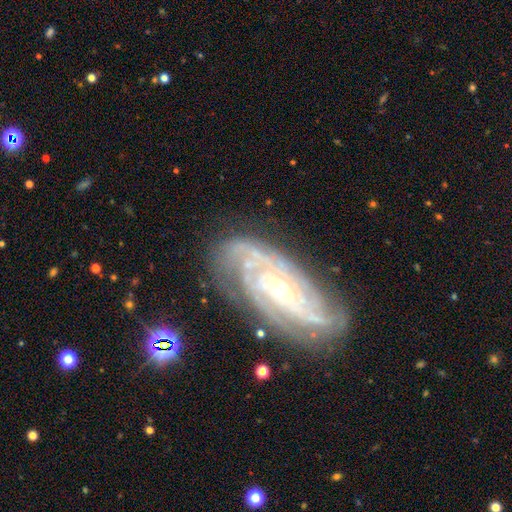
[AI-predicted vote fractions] Smooth or featured?
  - featured or disk: 85% *
  - smooth: 8%
  - star or artifact: 7%
Edge-on disk?
  - no: 93% *
  - yes: 7%
Bar?
  - no: 59% *
  - weak: 29%
  - strong: 12%
Spiral arms?
  - yes: 94% *
  - no: 6%
Spiral winding?
  - tight: 69% *
  - medium: 25%
  - loose: 7%
Spiral arm count?
  - can't tell: 32% *
  - 2: 21%
  - 3: 20%
  - 4: 12%
  - more than 4: 8%
  - 1: 7%
Bulge size?
  - moderate: 50% *
  - small: 45%
  - large: 3%
  - none: 1%
  - dominant: 1%
Merging?
  - none: 69% *
  - minor disturbance: 19%
  - major disturbance: 9%
  - merger: 3%